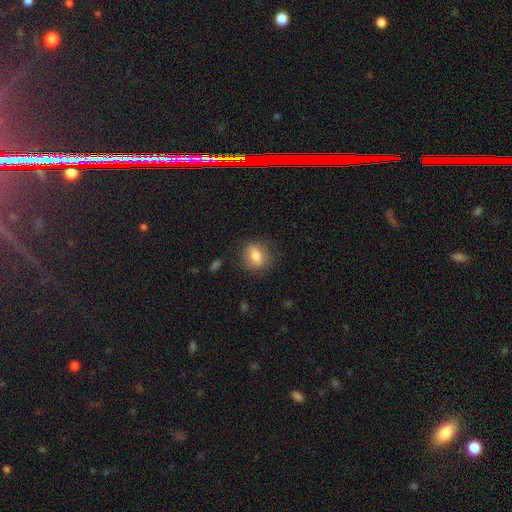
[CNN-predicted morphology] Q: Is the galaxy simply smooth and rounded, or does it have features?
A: smooth — 67%.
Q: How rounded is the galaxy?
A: round — 56%.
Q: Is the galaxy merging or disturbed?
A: none — 83%.